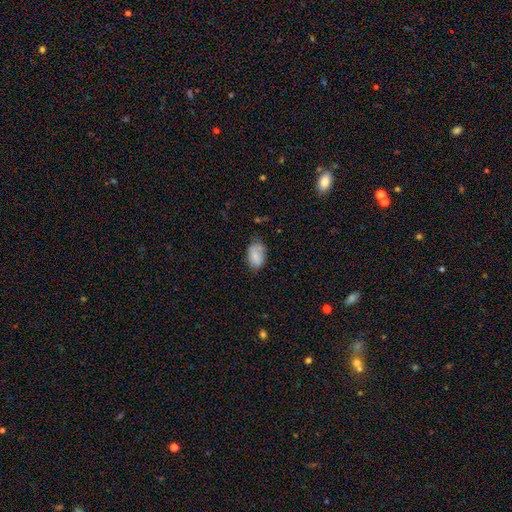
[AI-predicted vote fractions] Smooth or featured? Predicted: smooth (p=0.80). How rounded? Predicted: in between (p=0.90). Merging? Predicted: none (p=0.60).